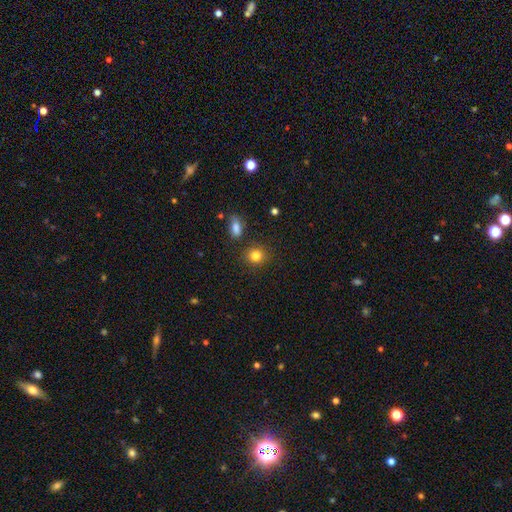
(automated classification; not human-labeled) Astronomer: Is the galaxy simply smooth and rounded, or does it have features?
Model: smooth — 83%.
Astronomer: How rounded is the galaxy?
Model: round — 78%.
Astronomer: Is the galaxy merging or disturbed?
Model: none — 83%.